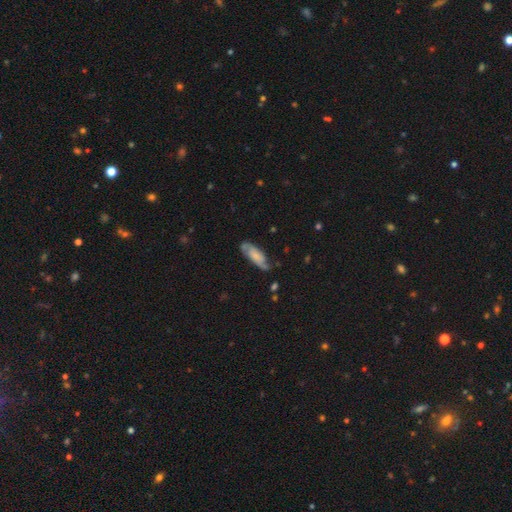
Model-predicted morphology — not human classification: type=smooth (49%); merging=none (63%).